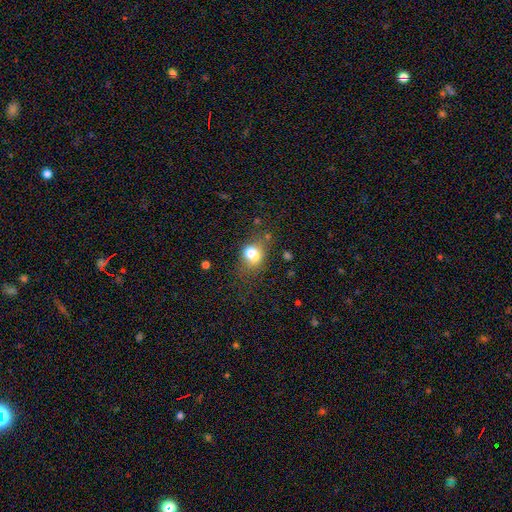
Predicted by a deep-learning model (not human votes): This appears to be a smooth galaxy with no disk features (70%) that is round (51%). Merging: none (51%).